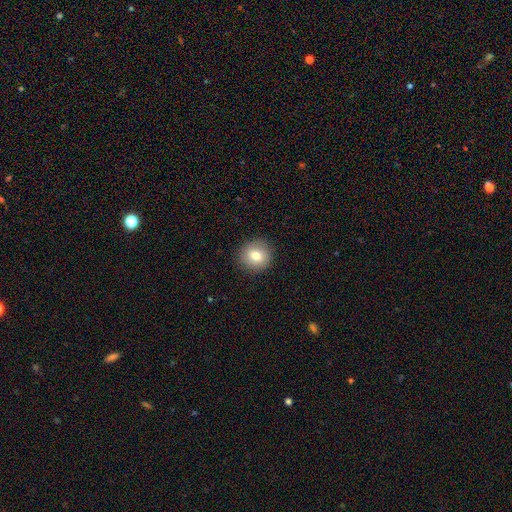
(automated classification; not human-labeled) Smooth or featured? smooth (79%)
How rounded? round (91%)
Merging? none (90%)